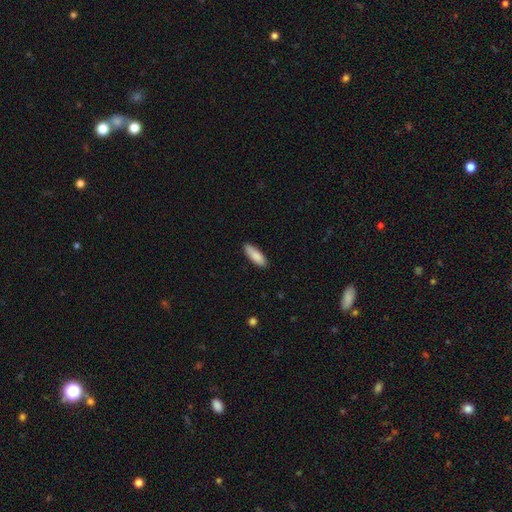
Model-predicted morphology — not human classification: smooth-or-featured: smooth: 88% | featured or disk: 7% | star or artifact: 5%
  how-rounded: in between: 56% | cigar-shaped: 42% | round: 2%
  merging: none: 86% | minor disturbance: 11% | major disturbance: 2% | merger: 1%